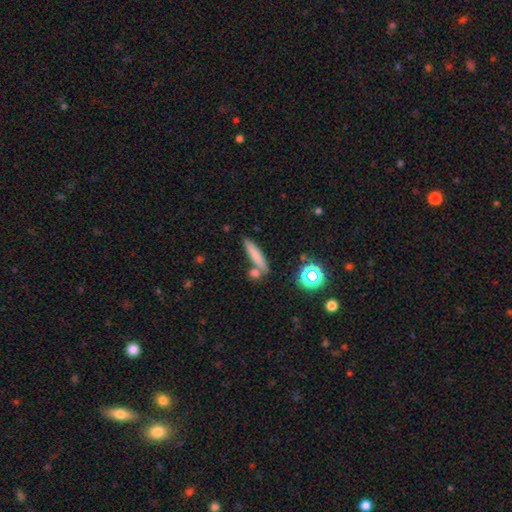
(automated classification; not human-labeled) Smooth or featured? smooth (76%)
How rounded? cigar-shaped (82%)
Merging? none (74%)